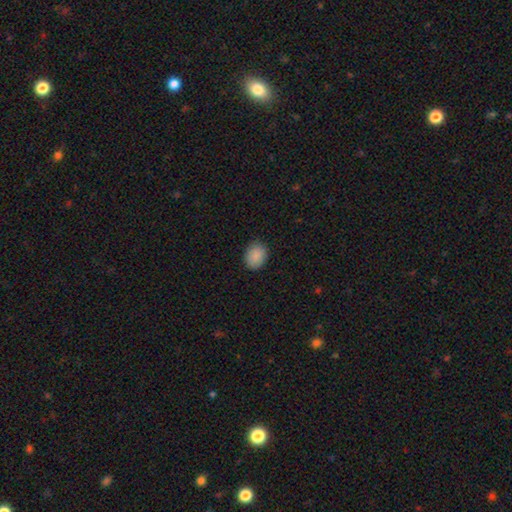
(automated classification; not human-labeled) This appears to be a smooth galaxy with no disk features (89%) that is in between round and cigar-shaped (61%). Merging: none (87%).